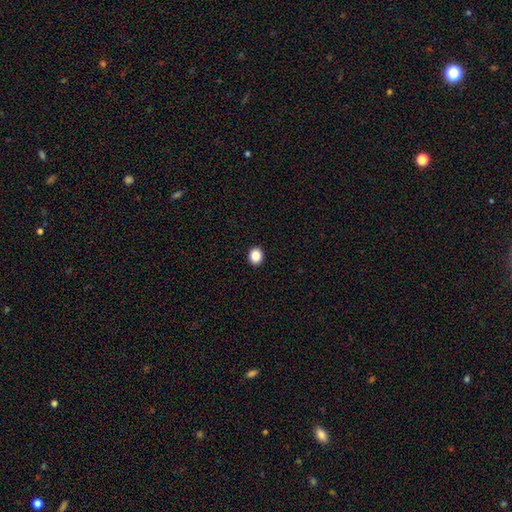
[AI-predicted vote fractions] A smooth galaxy with no disk features (88%) that is round (70%). Merging: none (93%).